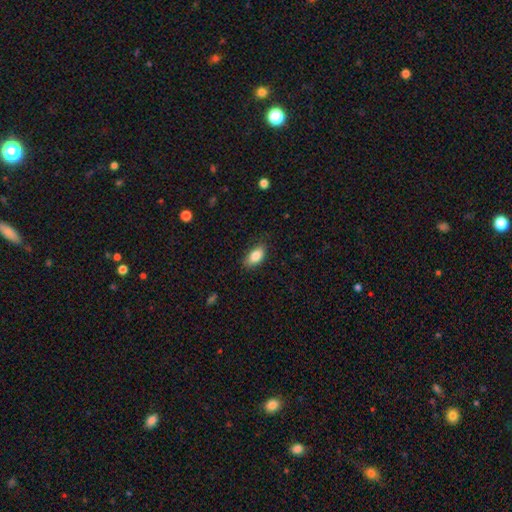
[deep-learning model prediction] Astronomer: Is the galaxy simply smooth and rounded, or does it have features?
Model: smooth — 85%.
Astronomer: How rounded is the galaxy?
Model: in between — 91%.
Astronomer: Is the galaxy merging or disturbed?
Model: none — 79%.